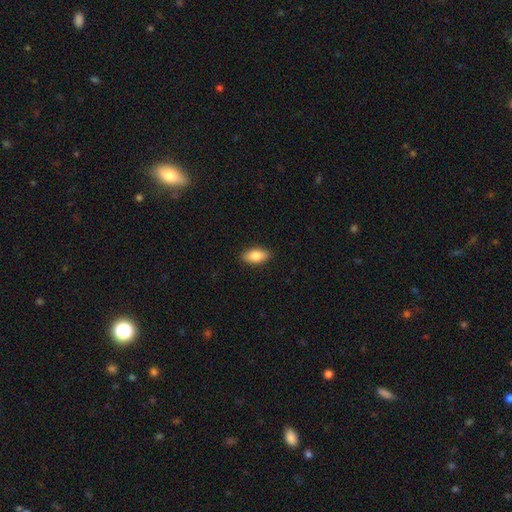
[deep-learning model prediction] Smooth or featured? Predicted: smooth (p=0.86). How rounded? Predicted: in between (p=0.91). Merging? Predicted: none (p=0.89).